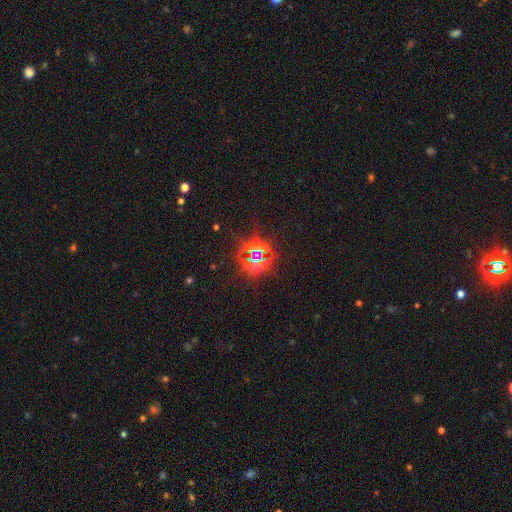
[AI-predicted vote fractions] Morphology: type=star or artifact (81%).